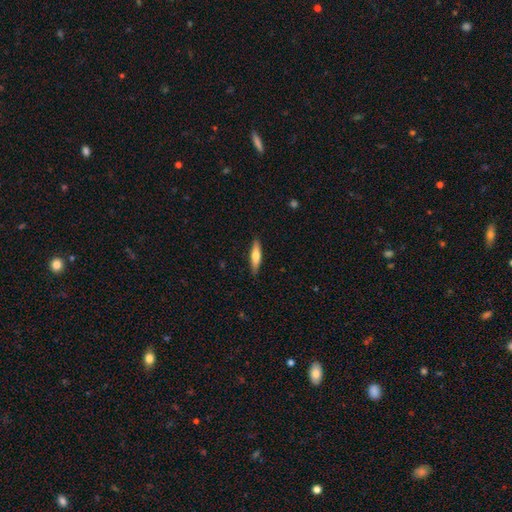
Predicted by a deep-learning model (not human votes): smooth-or-featured: smooth: 65% | featured or disk: 29% | star or artifact: 5%
  how-rounded: cigar-shaped: 76% | in between: 22% | round: 2%
  merging: none: 87% | minor disturbance: 10% | major disturbance: 2% | merger: 1%